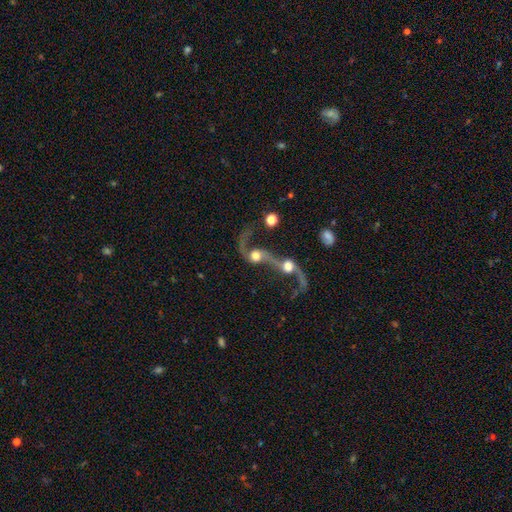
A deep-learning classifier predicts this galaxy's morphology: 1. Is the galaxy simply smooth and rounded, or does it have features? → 66% featured or disk, 23% smooth, 12% star or artifact.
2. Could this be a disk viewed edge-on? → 93% no, 7% yes.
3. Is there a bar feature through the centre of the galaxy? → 74% no, 20% weak, 6% strong.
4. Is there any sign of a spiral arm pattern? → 78% yes, 22% no.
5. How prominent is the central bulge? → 48% moderate, 29% large, 12% small, 6% dominant, 5% none.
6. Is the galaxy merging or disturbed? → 75% merger, 12% major disturbance, 9% none, 4% minor disturbance.